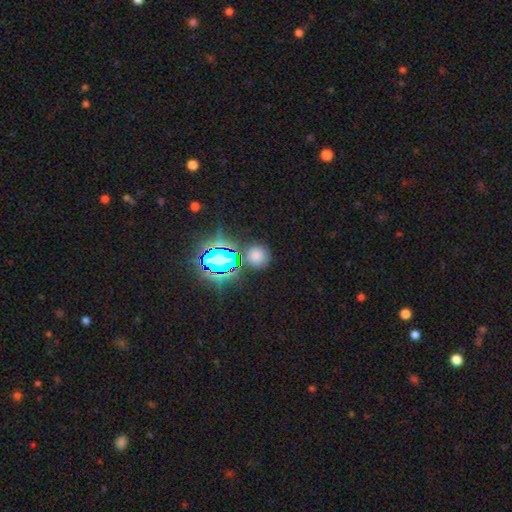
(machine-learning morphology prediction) smooth_or_featured: smooth (p=0.62) [alt: star or artifact p=0.30]
how_rounded: round (p=0.89) [alt: in between p=0.10]
merging: none (p=0.81) [alt: minor disturbance p=0.10]